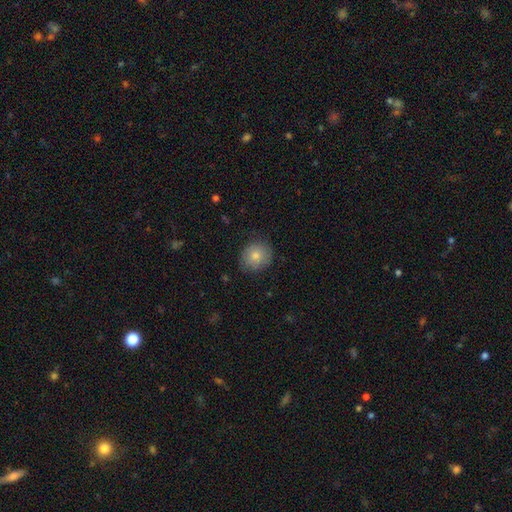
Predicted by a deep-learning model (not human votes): Q: Smooth or featured?
A: smooth (79%); runner-up: featured or disk (12%)
Q: How rounded?
A: round (83%); runner-up: in between (16%)
Q: Merging?
A: none (83%); runner-up: minor disturbance (13%)